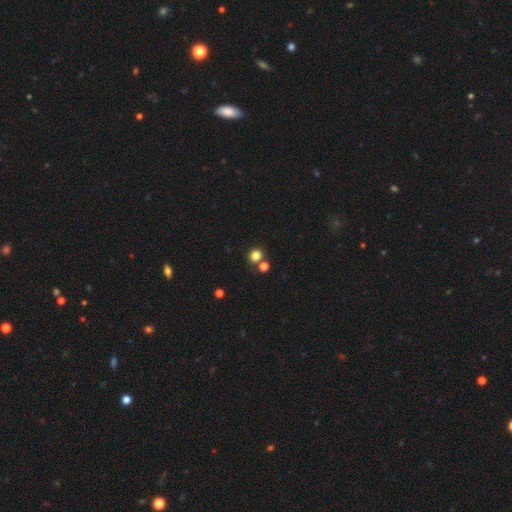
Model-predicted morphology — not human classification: Smooth or featured: smooth — 80% (star or artifact — 14%)
How rounded: round — 87% (in between — 12%)
Merging: none — 71% (merger — 19%)